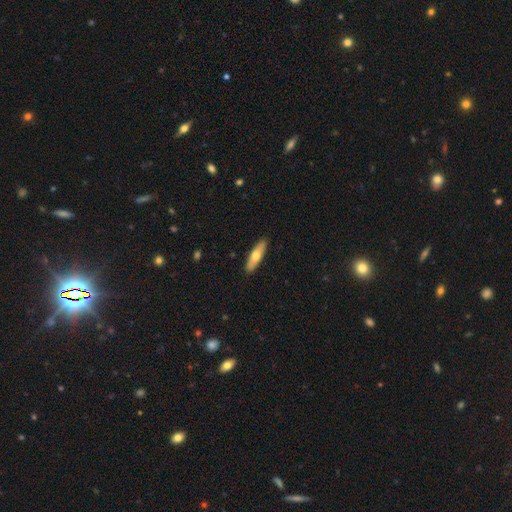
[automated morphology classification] A smooth galaxy with no disk features (64%) that is cigar-shaped (66%).

Vote fractions:
- Smooth or featured? smooth: 64% / featured or disk: 31% / star or artifact: 5%
- How rounded? cigar-shaped: 66% / in between: 32% / round: 2%
- Merging? none: 90% / minor disturbance: 8% / major disturbance: 2% / merger: 1%